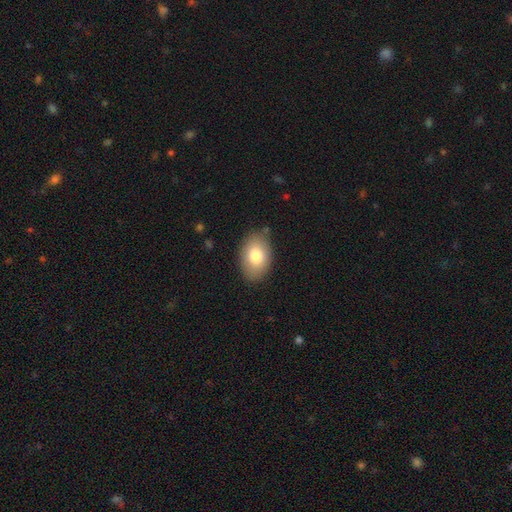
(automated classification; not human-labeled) The model was most divided on "smooth or featured": smooth: 79%, featured or disk: 13%, star or artifact: 7%. More confident: how rounded — in between (87%); merging — none (83%).